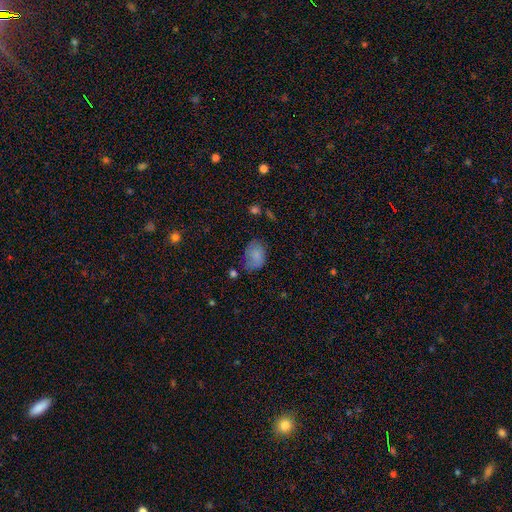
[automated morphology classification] Overall: smooth (79%). How rounded: in between (79%). Merging: none (57%; minor disturbance 30%).